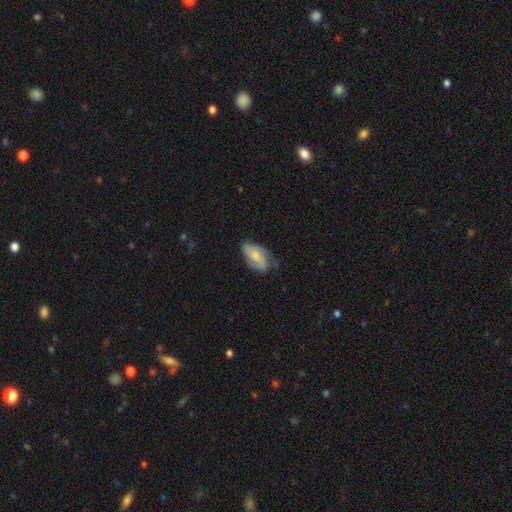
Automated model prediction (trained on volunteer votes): A smooth galaxy with no disk features (55%) that is in between round and cigar-shaped (90%).

Vote fractions:
- Smooth or featured? smooth: 55% / featured or disk: 38% / star or artifact: 7%
- How rounded? in between: 90% / cigar-shaped: 6% / round: 4%
- Merging? none: 53% / minor disturbance: 34% / major disturbance: 11% / merger: 2%